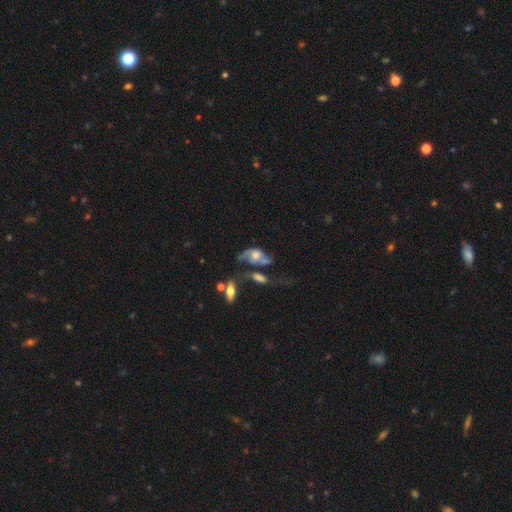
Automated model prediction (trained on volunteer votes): Smooth or featured? featured or disk (61%)
Edge-on disk? no (89%)
Bar? no (74%)
Spiral arms? yes (68%)
Bulge size? moderate (42%)
Merging? major disturbance (30%)